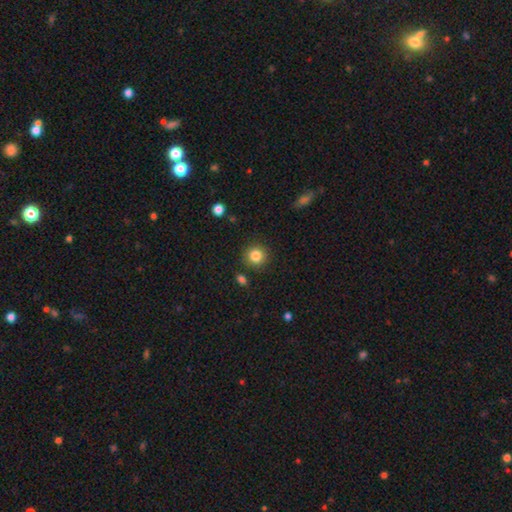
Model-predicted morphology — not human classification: Smooth or featured? smooth (85%)
How rounded? round (92%)
Merging? none (87%)